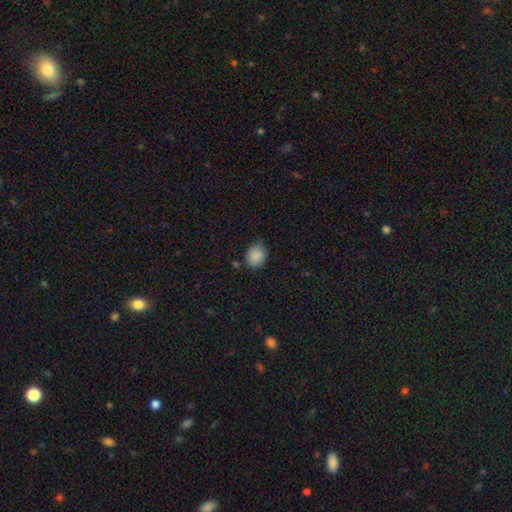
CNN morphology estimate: Q: Smooth or featured?
A: smooth (87%); runner-up: star or artifact (8%)
Q: How rounded?
A: round (52%); runner-up: in between (47%)
Q: Merging?
A: none (72%); runner-up: minor disturbance (22%)